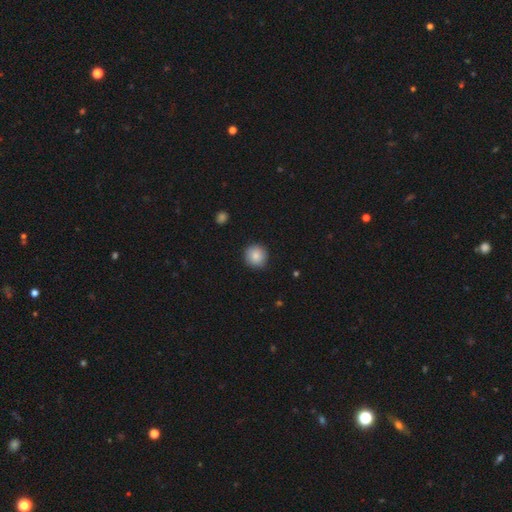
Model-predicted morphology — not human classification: This is clearly a smooth galaxy (86%). How rounded: clearly round (93%). Merging: clearly none (89%).